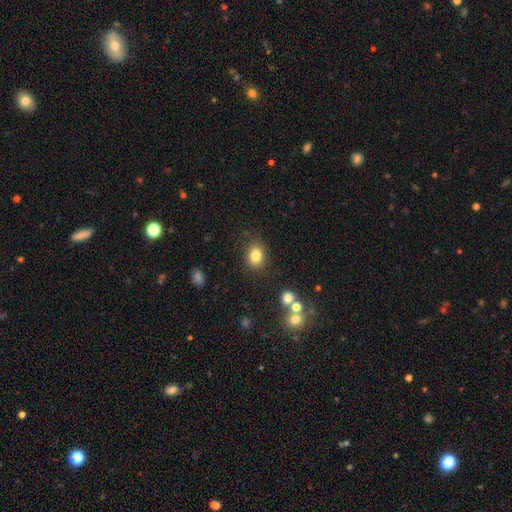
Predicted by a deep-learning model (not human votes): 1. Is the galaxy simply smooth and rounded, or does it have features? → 83% smooth, 10% star or artifact, 7% featured or disk.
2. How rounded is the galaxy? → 52% in between, 48% round, 1% cigar-shaped.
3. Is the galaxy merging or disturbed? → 83% none, 11% minor disturbance, 3% major disturbance, 3% merger.